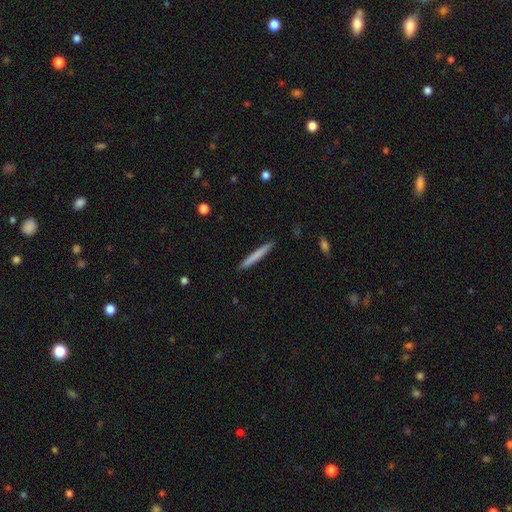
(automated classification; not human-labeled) Overall: smooth (73%). How rounded: cigar-shaped (97%). Merging: none (91%).